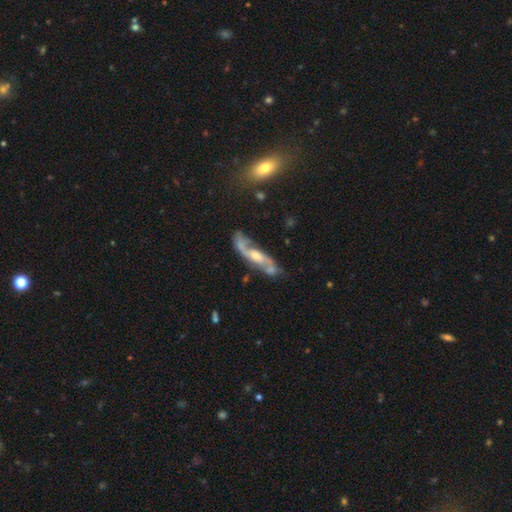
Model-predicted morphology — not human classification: This appears to be a featured or disk galaxy (80%) with no bar (46%), 2 (87%) loose (50%) spiral arms (92%) and a moderate central bulge (59%). Merging: none (60%).